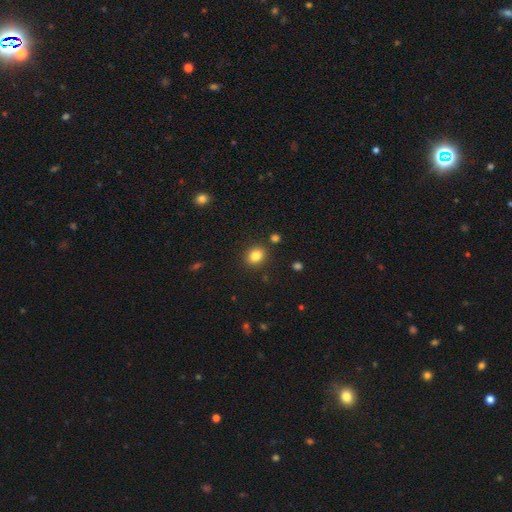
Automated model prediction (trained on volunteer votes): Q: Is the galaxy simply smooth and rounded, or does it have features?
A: smooth — 84%.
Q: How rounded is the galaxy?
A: round — 56%.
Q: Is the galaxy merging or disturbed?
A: none — 86%.